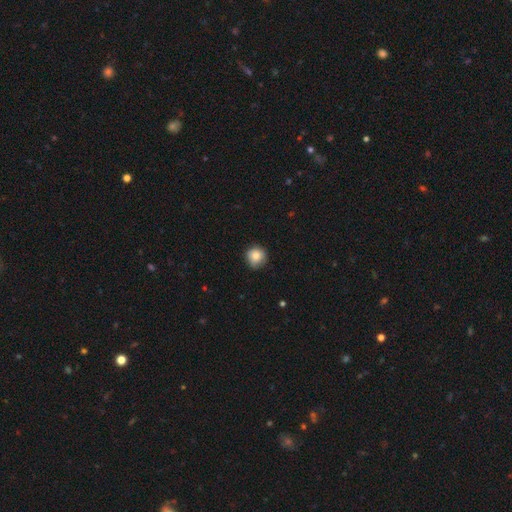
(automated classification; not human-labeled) Smooth or featured?
  - smooth: 83% *
  - star or artifact: 9%
  - featured or disk: 8%
How rounded?
  - round: 92% *
  - in between: 7%
  - cigar-shaped: 1%
Merging?
  - none: 80% *
  - minor disturbance: 16%
  - major disturbance: 3%
  - merger: 1%